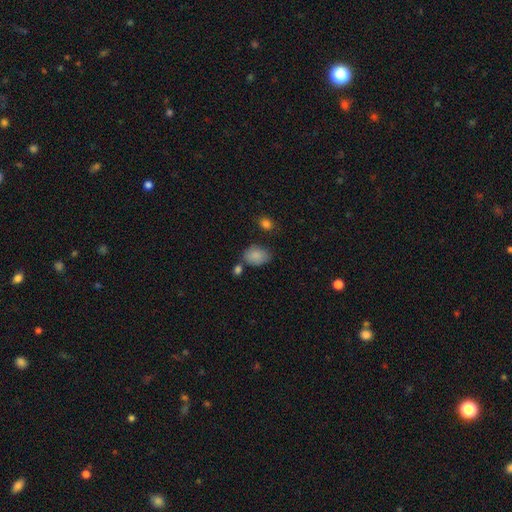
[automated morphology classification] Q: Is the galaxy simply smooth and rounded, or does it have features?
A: smooth — 86%.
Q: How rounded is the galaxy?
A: in between — 79%.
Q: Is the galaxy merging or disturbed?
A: none — 62%.